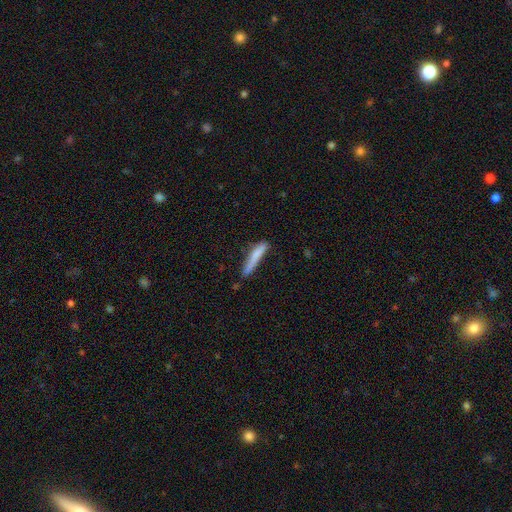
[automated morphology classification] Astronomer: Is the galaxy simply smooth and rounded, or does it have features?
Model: smooth — 75%.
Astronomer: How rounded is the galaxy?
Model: cigar-shaped — 92%.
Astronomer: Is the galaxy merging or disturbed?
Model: none — 63%.